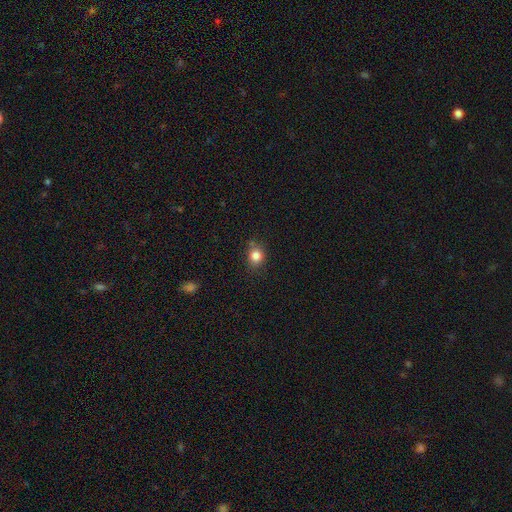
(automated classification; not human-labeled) Overall: smooth (83%). How rounded: round (74%). Merging: none (76%).